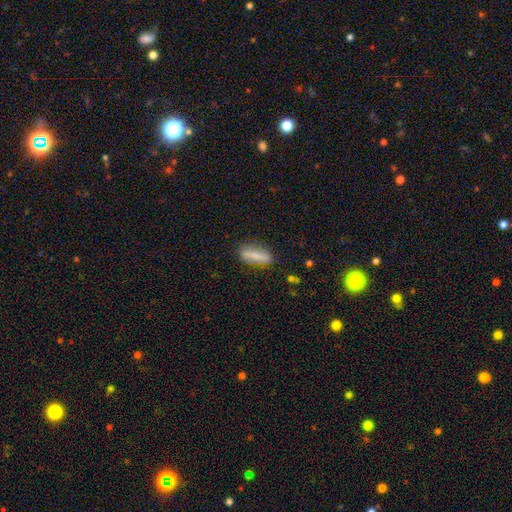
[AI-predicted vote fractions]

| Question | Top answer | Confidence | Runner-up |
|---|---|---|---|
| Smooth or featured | smooth | 75% | featured or disk (18%) |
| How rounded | in between | 50% | cigar-shaped (47%) |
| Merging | none | 81% | minor disturbance (14%) |